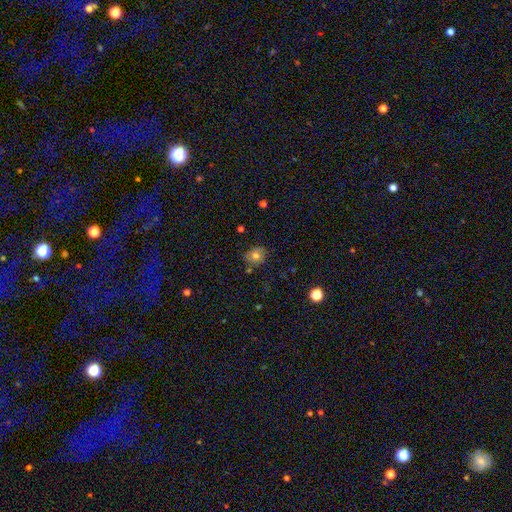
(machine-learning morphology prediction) A smooth galaxy with no disk features (72%) that is round (73%). Merging: none (76%).